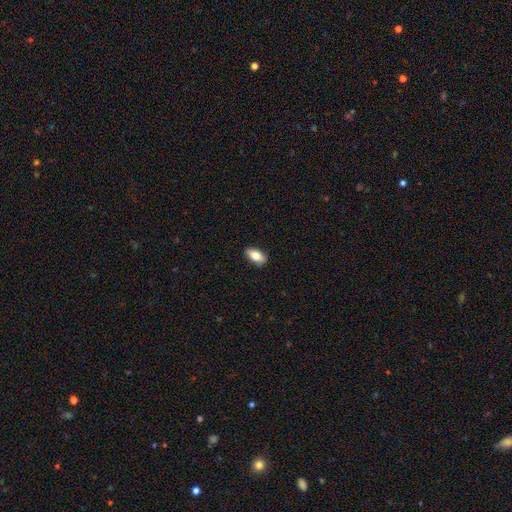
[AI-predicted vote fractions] Smooth or featured? smooth (77%)
How rounded? in between (88%)
Merging? none (87%)